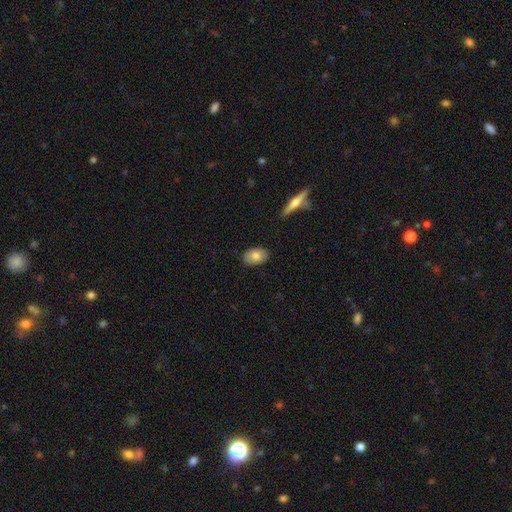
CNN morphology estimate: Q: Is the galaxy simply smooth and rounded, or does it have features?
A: smooth — 78%.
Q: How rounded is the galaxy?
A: in between — 89%.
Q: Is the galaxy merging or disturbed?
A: none — 86%.